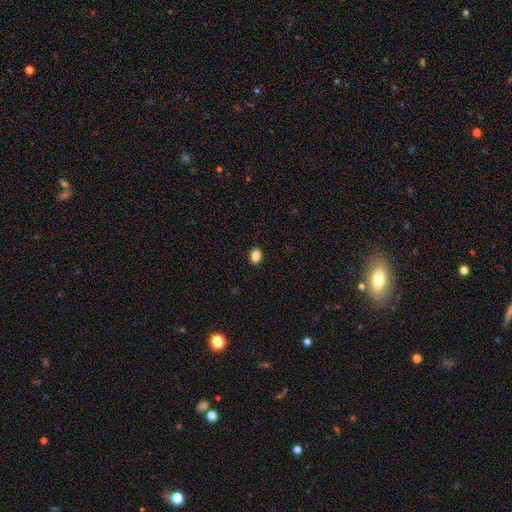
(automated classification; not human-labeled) Smooth or featured: smooth — 85% (star or artifact — 10%)
How rounded: in between — 72% (round — 27%)
Merging: none — 89% (minor disturbance — 8%)